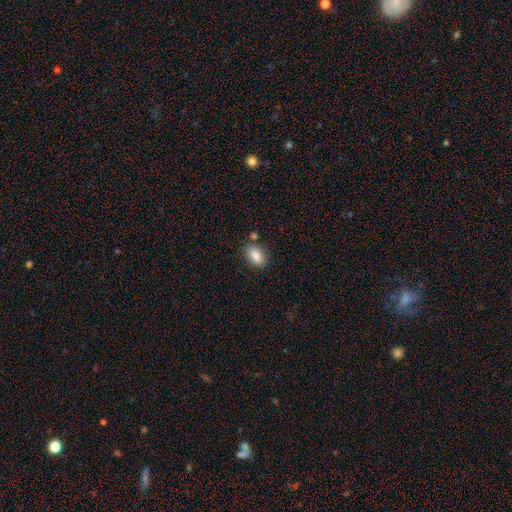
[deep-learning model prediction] This appears to be a smooth galaxy with no disk features (87%) that is in between round and cigar-shaped (89%). Merging: none (75%).